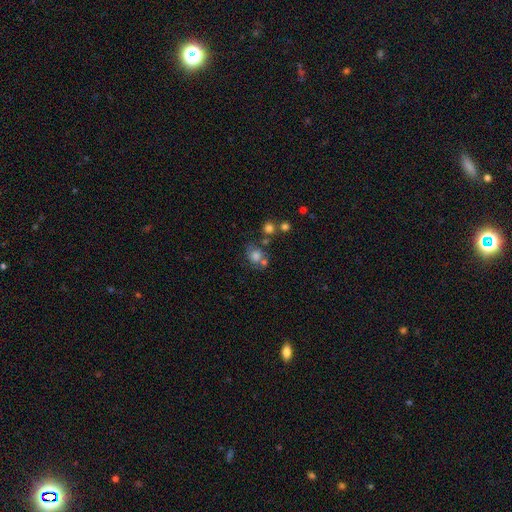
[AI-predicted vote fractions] The model was most divided on "merging": none: 49%, merger: 23%, minor disturbance: 17%, major disturbance: 10%. More confident: how rounded — round (69%); smooth or featured — smooth (68%).